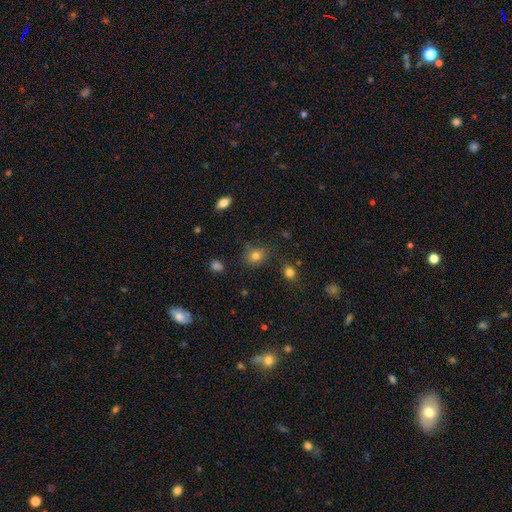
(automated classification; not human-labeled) smooth 79%, star or artifact 13%, featured or disk 8%. Down the decision tree: how rounded — round (73%); merging — none (77%).